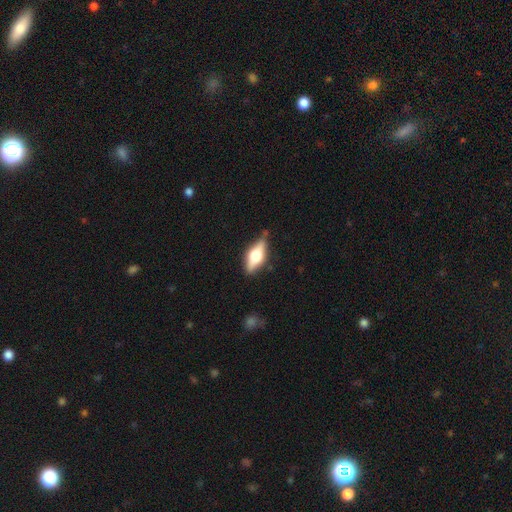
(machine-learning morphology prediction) Smooth or featured?
  - featured or disk: 51% *
  - smooth: 42%
  - star or artifact: 7%
Edge-on disk?
  - yes: 89% *
  - no: 11%
Merging?
  - none: 78% *
  - minor disturbance: 16%
  - major disturbance: 4%
  - merger: 2%